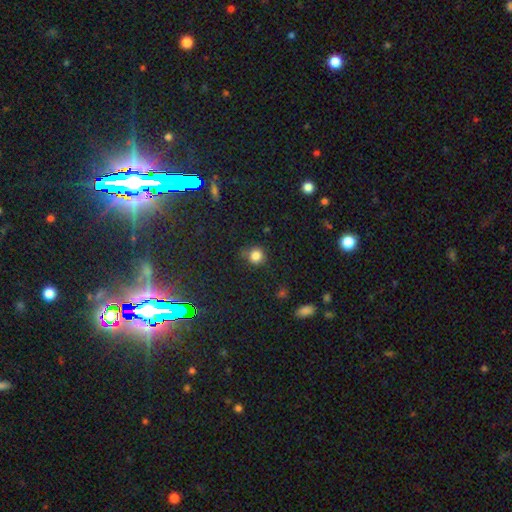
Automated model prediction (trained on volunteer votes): Smooth or featured: smooth — 83% (star or artifact — 12%)
How rounded: round — 89% (in between — 10%)
Merging: none — 76% (minor disturbance — 16%)